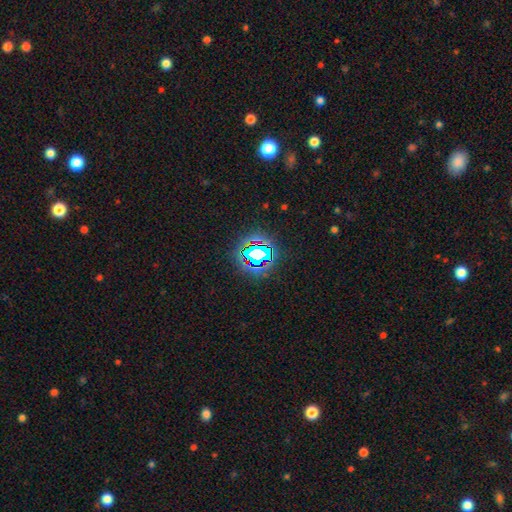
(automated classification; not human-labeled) This is likely a star or artifact rather than a galaxy (67%).